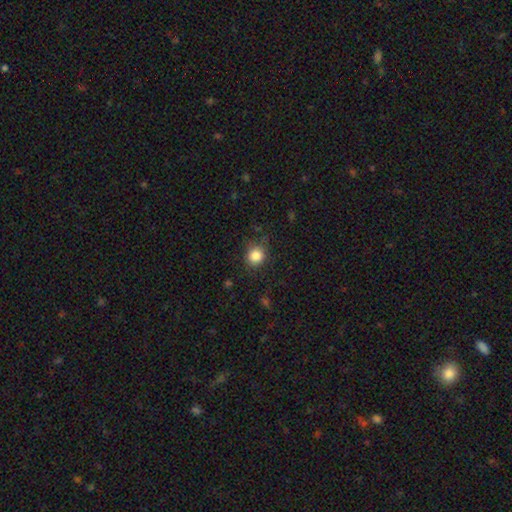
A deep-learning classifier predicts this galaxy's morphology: Smooth or featured: smooth — 84% (star or artifact — 11%)
How rounded: round — 83% (in between — 16%)
Merging: none — 80% (minor disturbance — 15%)